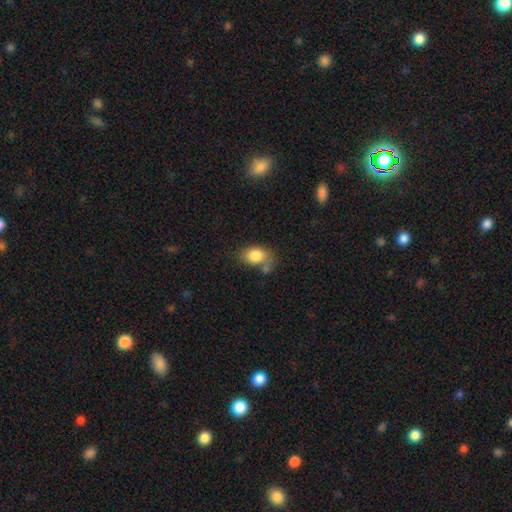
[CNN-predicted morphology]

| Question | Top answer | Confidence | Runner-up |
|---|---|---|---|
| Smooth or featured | smooth | 83% | featured or disk (9%) |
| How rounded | in between | 73% | round (26%) |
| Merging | none | 46% | minor disturbance (23%) |